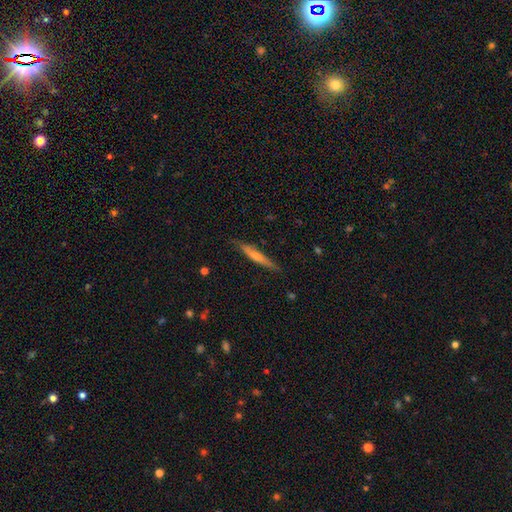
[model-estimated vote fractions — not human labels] smooth_or_featured: smooth (p=0.59) [alt: featured or disk p=0.35]
how_rounded: cigar-shaped (p=0.94) [alt: in between p=0.05]
merging: none (p=0.83) [alt: minor disturbance p=0.13]